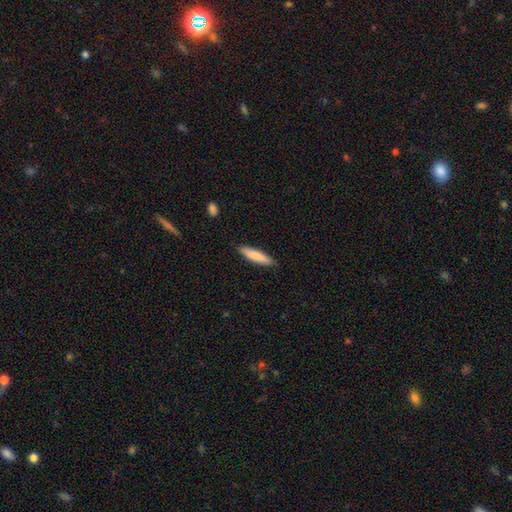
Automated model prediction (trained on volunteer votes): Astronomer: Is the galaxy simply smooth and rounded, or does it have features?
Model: smooth — 82%.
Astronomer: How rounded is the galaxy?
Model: cigar-shaped — 81%.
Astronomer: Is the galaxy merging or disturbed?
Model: none — 89%.